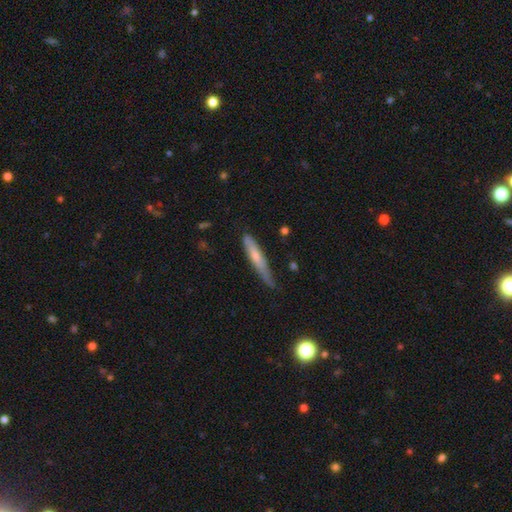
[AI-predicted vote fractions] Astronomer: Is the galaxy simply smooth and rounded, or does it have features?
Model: smooth — 60%.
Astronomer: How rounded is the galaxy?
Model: cigar-shaped — 91%.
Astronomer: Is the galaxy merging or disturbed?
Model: none — 57% (runner-up: minor disturbance, 34%).